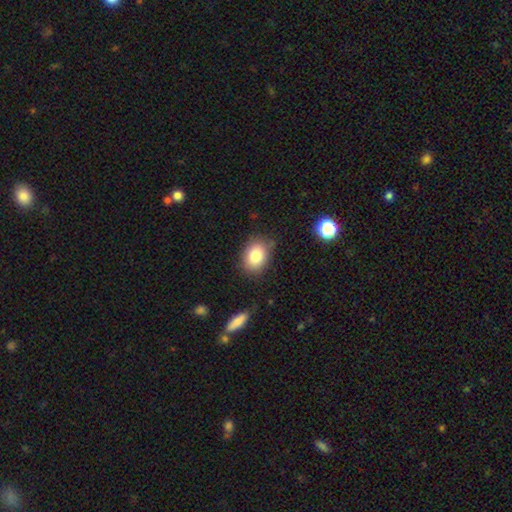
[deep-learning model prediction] Smooth or featured: smooth — 83% (star or artifact — 9%)
How rounded: in between — 68% (round — 31%)
Merging: none — 78% (minor disturbance — 16%)